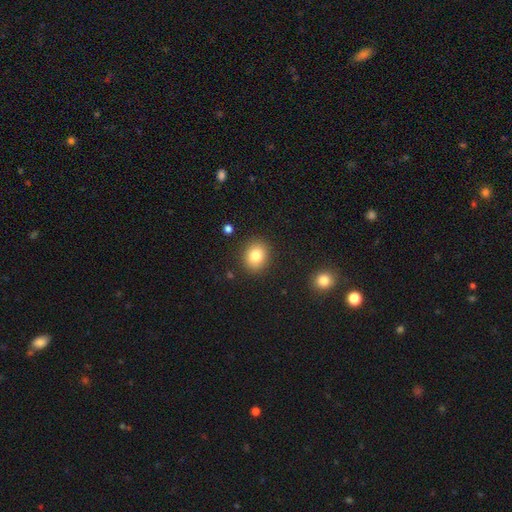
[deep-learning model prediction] Smooth or featured?
  - smooth: 82% *
  - star or artifact: 10%
  - featured or disk: 8%
How rounded?
  - round: 64% *
  - in between: 35%
  - cigar-shaped: 1%
Merging?
  - none: 88% *
  - minor disturbance: 8%
  - major disturbance: 2%
  - merger: 2%